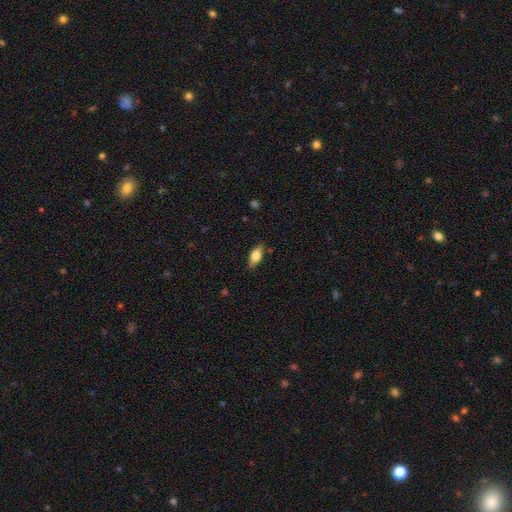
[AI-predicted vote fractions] The model was most divided on "smooth or featured": smooth: 75%, featured or disk: 18%, star or artifact: 7%. More confident: how rounded — in between (85%); merging — none (83%).